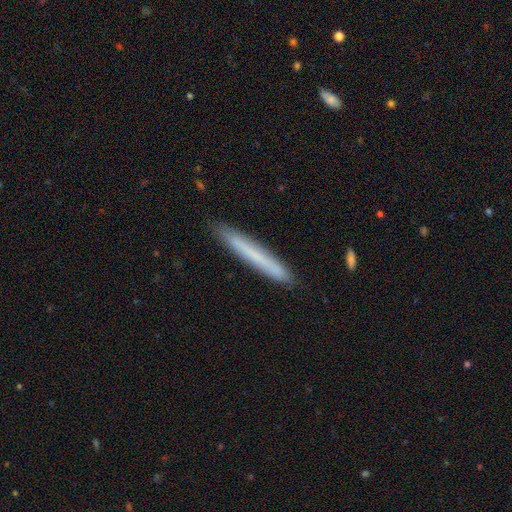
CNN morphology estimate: Q: Smooth or featured?
A: smooth (65%); runner-up: featured or disk (28%)
Q: How rounded?
A: cigar-shaped (97%); runner-up: in between (2%)
Q: Merging?
A: none (89%); runner-up: minor disturbance (8%)